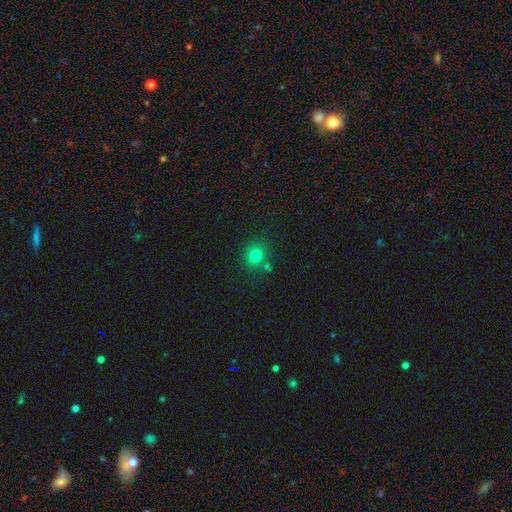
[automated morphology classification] Q: Smooth or featured?
A: smooth (76%); runner-up: star or artifact (16%)
Q: How rounded?
A: round (84%); runner-up: in between (15%)
Q: Merging?
A: none (73%); runner-up: merger (13%)